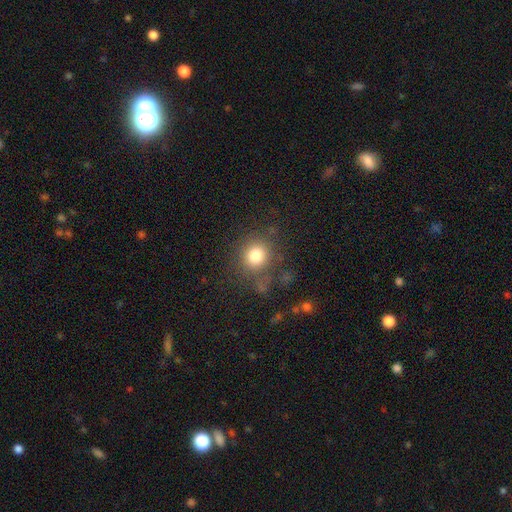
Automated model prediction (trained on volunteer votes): Smooth or featured?
  - smooth: 79% *
  - star or artifact: 12%
  - featured or disk: 8%
How rounded?
  - round: 87% *
  - in between: 12%
  - cigar-shaped: 1%
Merging?
  - none: 76% *
  - minor disturbance: 13%
  - major disturbance: 7%
  - merger: 4%